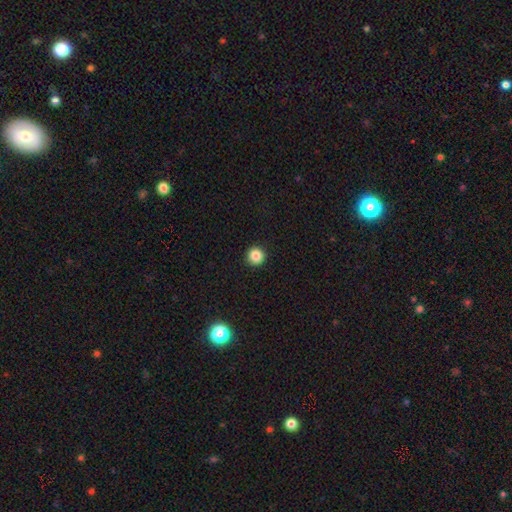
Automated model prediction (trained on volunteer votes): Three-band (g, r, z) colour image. It shows a smooth galaxy with no disk features (86%) that is round (95%). Merging: none (93%).